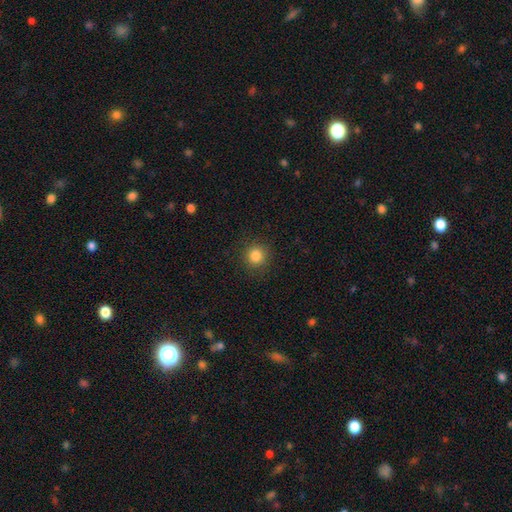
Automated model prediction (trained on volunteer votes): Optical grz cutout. It shows a smooth galaxy with no disk features (83%) that is round (92%). Merging: none (90%).